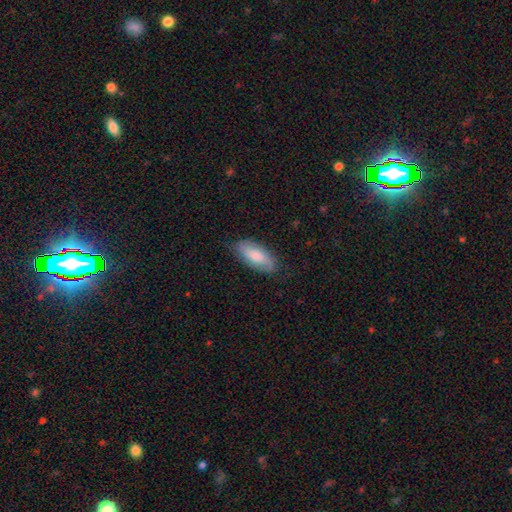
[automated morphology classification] Smooth or featured? smooth (73%)
How rounded? in between (84%)
Merging? none (78%)